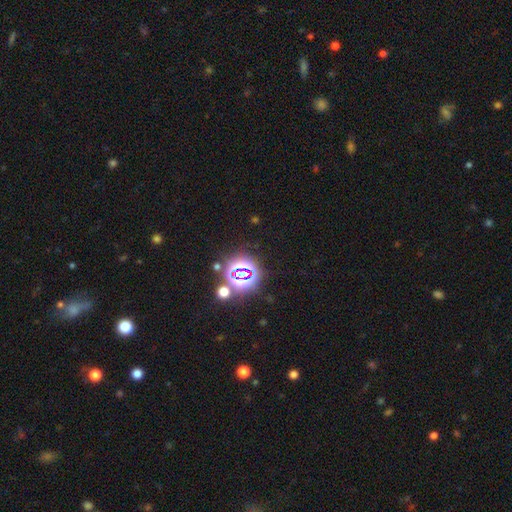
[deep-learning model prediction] Overall: star or artifact (79%).